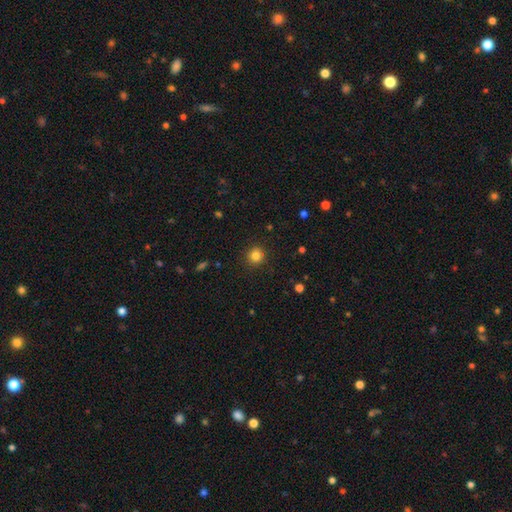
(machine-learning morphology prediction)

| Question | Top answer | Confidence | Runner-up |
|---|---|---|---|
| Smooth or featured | smooth | 82% | star or artifact (13%) |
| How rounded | round | 92% | in between (7%) |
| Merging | none | 91% | minor disturbance (6%) |